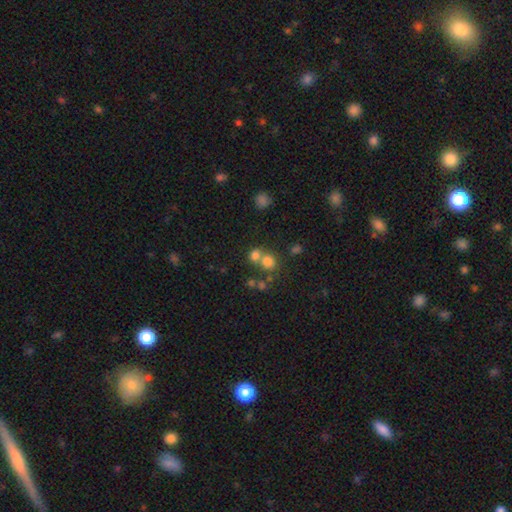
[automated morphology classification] Smooth or featured? Predicted: smooth (p=0.73). How rounded? Predicted: round (p=0.77). Merging? Predicted: merger (p=0.46).